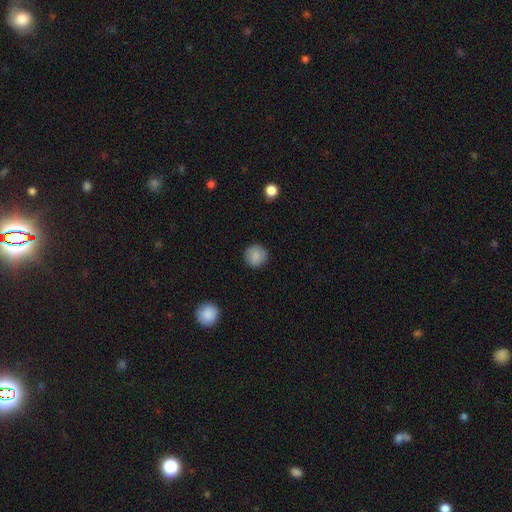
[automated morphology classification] A smooth galaxy with no disk features (86%) that is round (94%).

Vote fractions:
- Smooth or featured? smooth: 86% / star or artifact: 8% / featured or disk: 6%
- How rounded? round: 94% / in between: 5% / cigar-shaped: 1%
- Merging? none: 90% / minor disturbance: 7% / major disturbance: 2% / merger: 1%